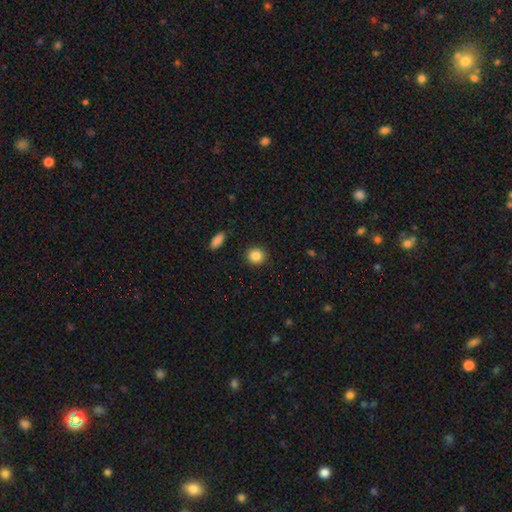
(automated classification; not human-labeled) This is clearly a smooth galaxy (85%). How rounded: clearly round (87%). Merging: clearly none (91%).